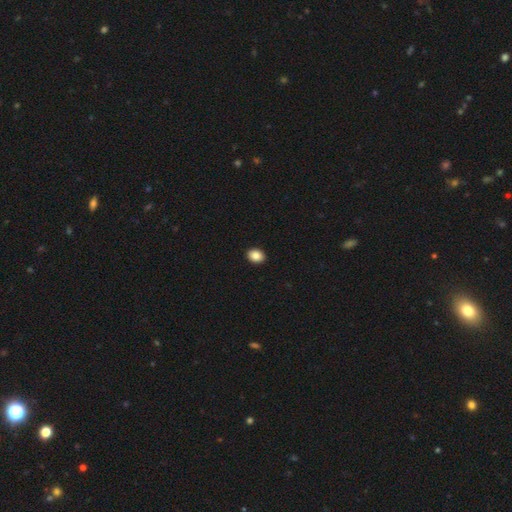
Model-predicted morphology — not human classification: This is clearly a smooth galaxy (87%). How rounded: likely in between (62%). Merging: clearly none (92%).